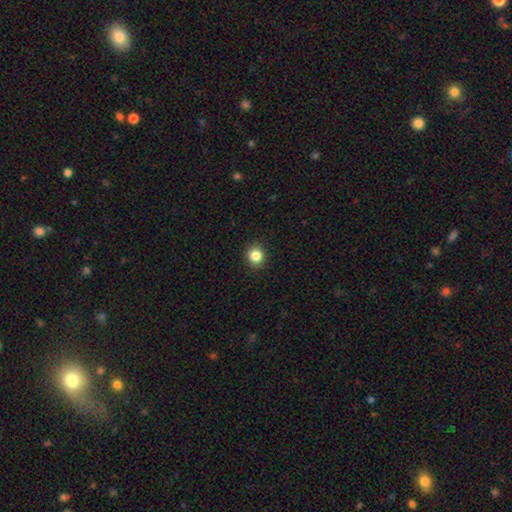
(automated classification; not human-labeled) smooth_or_featured: smooth (p=0.84) [alt: star or artifact p=0.11]
how_rounded: round (p=0.87) [alt: in between p=0.12]
merging: none (p=0.92) [alt: minor disturbance p=0.06]